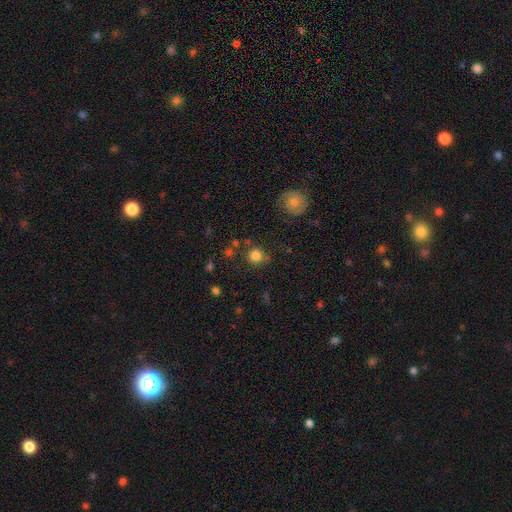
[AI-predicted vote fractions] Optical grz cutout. It shows a smooth galaxy with no disk features (81%) that is round (92%). Merging: none (79%).